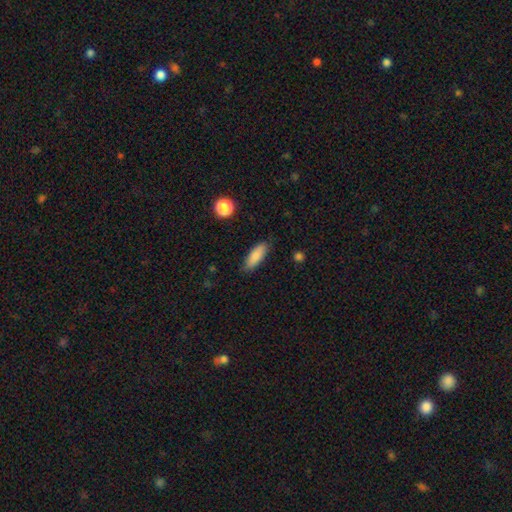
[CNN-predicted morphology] Overall: smooth (84%). How rounded: in between (63%; cigar-shaped 35%). Merging: none (84%).